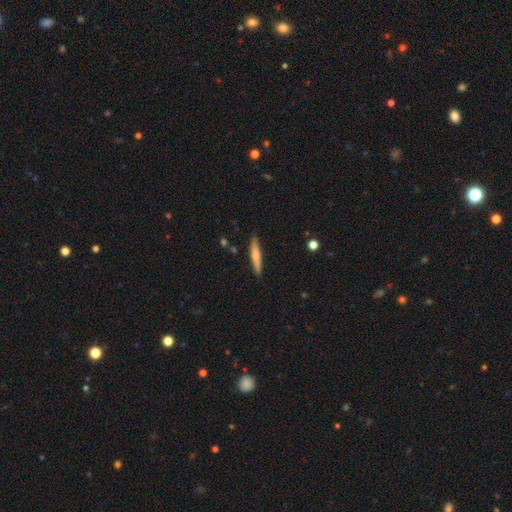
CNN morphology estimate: This appears to be a smooth galaxy with no disk features (59%) that is cigar-shaped (92%). Merging: none (88%).